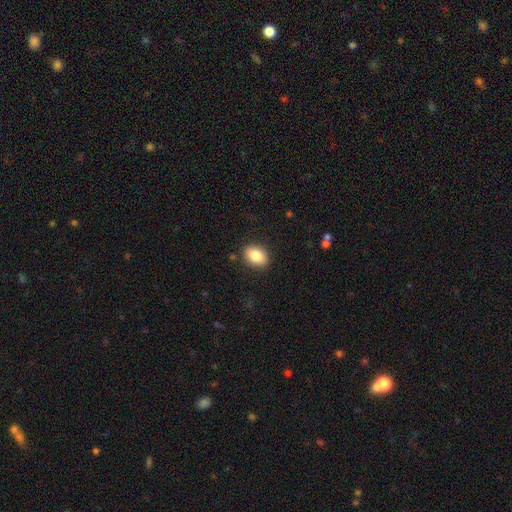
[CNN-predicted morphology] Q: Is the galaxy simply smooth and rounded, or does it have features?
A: smooth — 84%.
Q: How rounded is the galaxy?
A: in between — 78%.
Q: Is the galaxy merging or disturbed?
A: none — 88%.